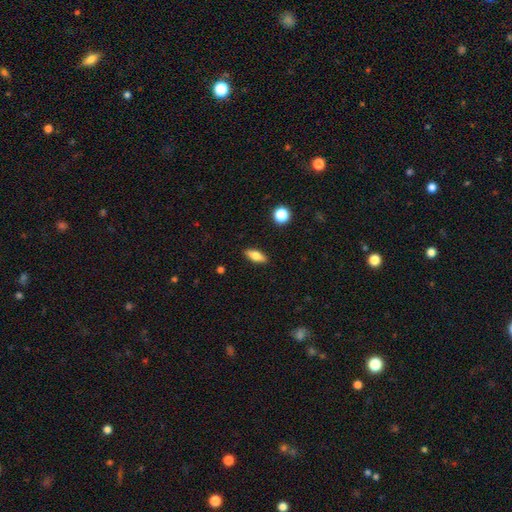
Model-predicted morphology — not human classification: Smooth or featured: smooth — 70% (featured or disk — 22%)
How rounded: in between — 70% (cigar-shaped — 26%)
Merging: none — 89% (minor disturbance — 8%)